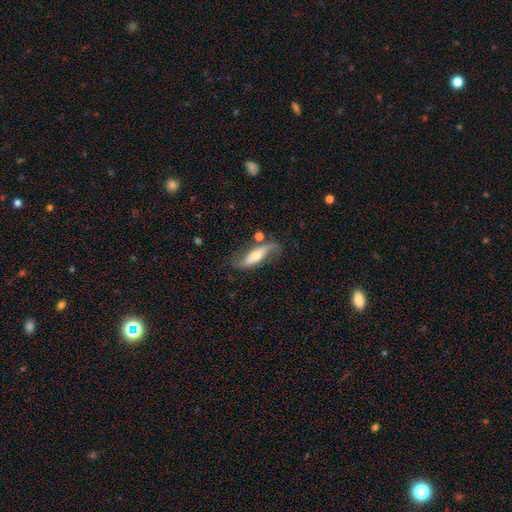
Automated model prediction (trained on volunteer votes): smooth-or-featured: featured or disk: 67% | smooth: 26% | star or artifact: 7%
  disk-edge-on: no: 72% | yes: 28%
  merging: none: 60% | minor disturbance: 21% | major disturbance: 13% | merger: 6%